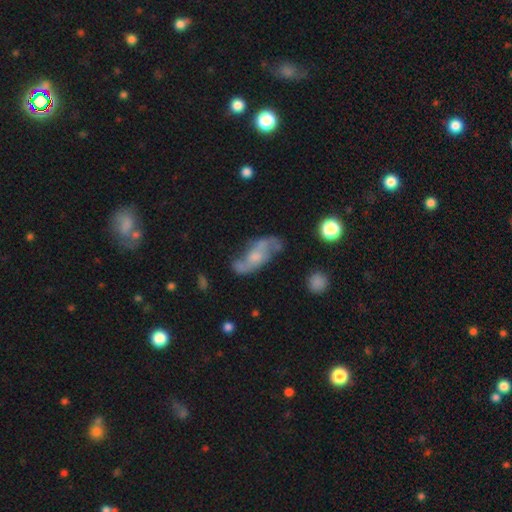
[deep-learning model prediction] Smooth or featured? Predicted: featured or disk (p=0.71). Edge-on disk? Predicted: no (p=0.89). Bar? Predicted: no (p=0.58). Spiral arms? Predicted: yes (p=0.86). Spiral winding? Predicted: loose (p=0.66). Spiral arm count? Predicted: 2 (p=0.87). Bulge size? Predicted: small (p=0.38). Merging? Predicted: none (p=0.57).